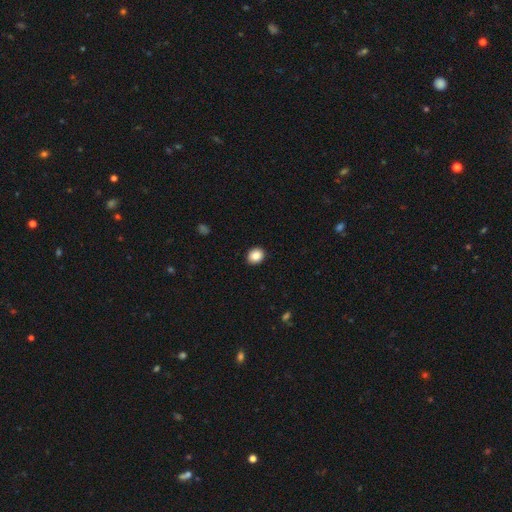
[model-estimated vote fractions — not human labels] Overall: smooth (88%). How rounded: round (61%; in between 38%). Merging: none (91%).